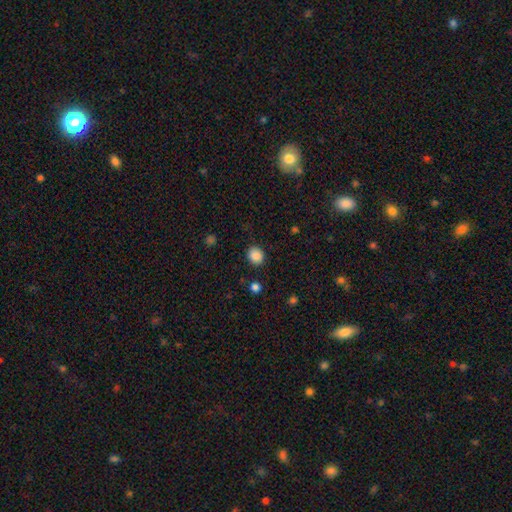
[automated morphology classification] Smooth or featured? smooth (87%)
How rounded? round (69%)
Merging? none (87%)